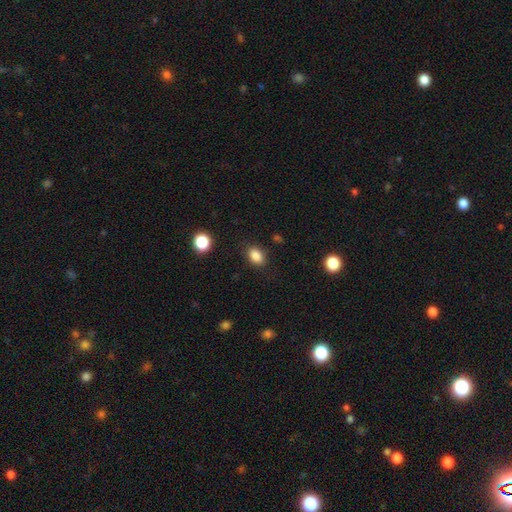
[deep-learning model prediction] Morphology: type=smooth (86%); roundness=in between (77%); merging=none (86%).